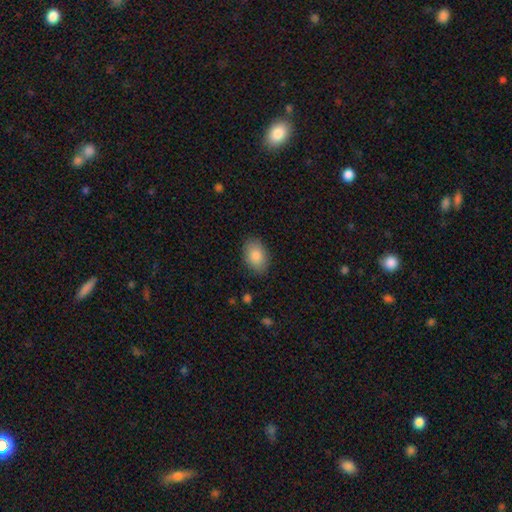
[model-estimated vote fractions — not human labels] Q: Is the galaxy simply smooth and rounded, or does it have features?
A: smooth — 86%.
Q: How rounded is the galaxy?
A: in between — 87%.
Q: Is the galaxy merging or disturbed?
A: none — 87%.